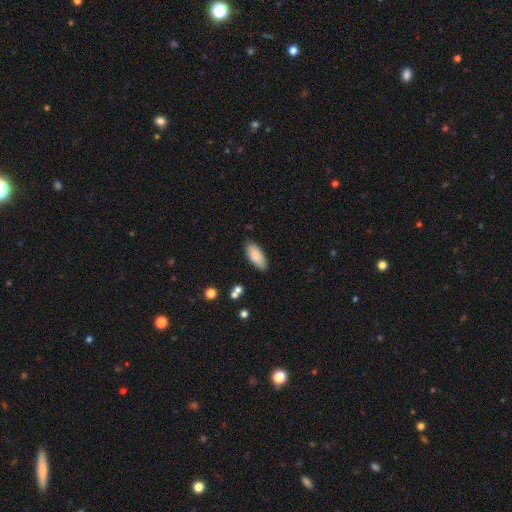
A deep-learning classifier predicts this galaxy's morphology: Smooth or featured?
  - smooth: 87% *
  - featured or disk: 7%
  - star or artifact: 6%
How rounded?
  - in between: 85% *
  - cigar-shaped: 14%
  - round: 2%
Merging?
  - none: 86% *
  - minor disturbance: 11%
  - major disturbance: 2%
  - merger: 2%